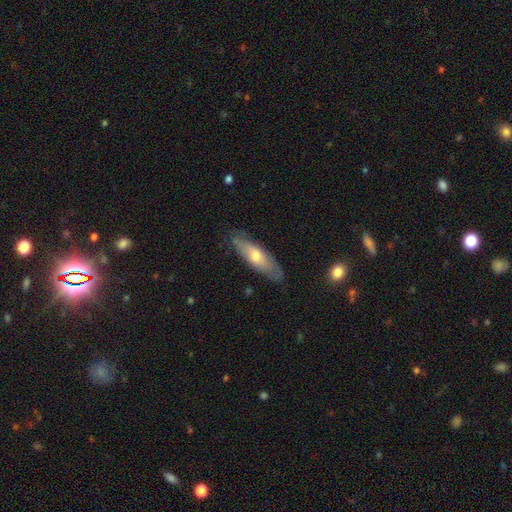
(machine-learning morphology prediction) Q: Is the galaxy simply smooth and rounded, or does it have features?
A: smooth — 54%.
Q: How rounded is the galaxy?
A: cigar-shaped — 55%.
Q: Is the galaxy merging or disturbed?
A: none — 79%.